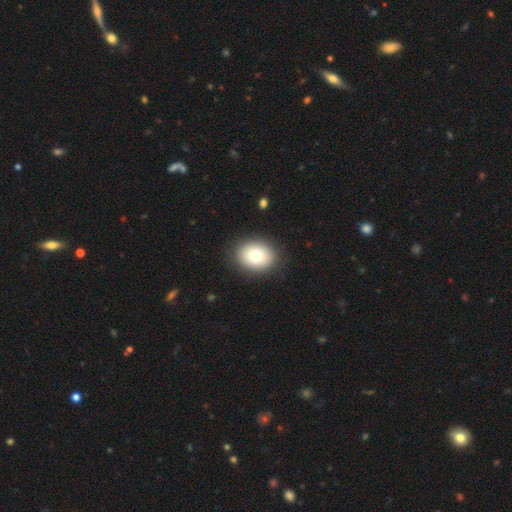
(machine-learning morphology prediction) smooth 78%, featured or disk 13%, star or artifact 9%. Down the decision tree: how rounded — in between (53%); merging — none (89%).